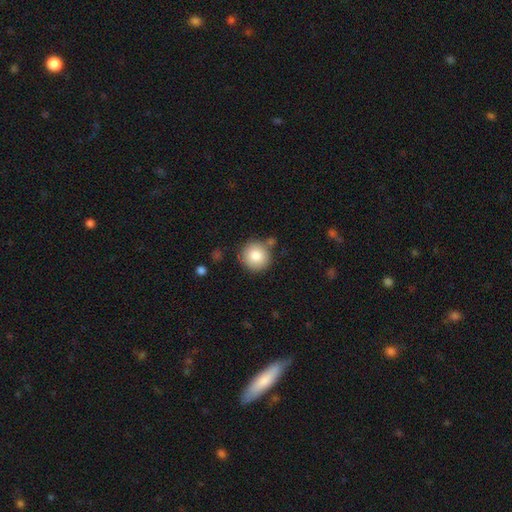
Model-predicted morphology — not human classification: smooth-or-featured: smooth: 84% | star or artifact: 8% | featured or disk: 8%
  how-rounded: round: 94% | in between: 5% | cigar-shaped: 1%
  merging: none: 79% | minor disturbance: 11% | merger: 6% | major disturbance: 3%